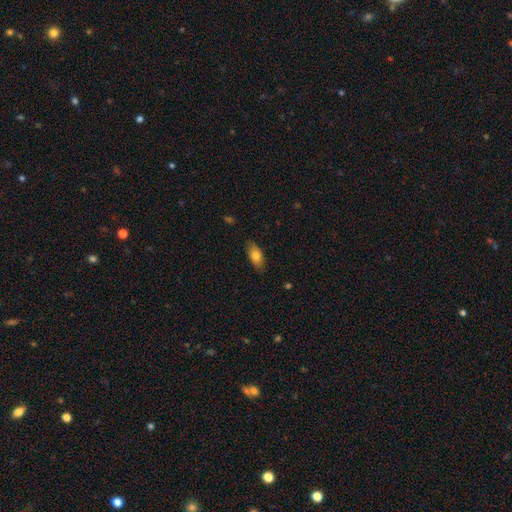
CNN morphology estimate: smooth 75%, featured or disk 18%, star or artifact 7%. Down the decision tree: how rounded — in between (86%); merging — none (84%).